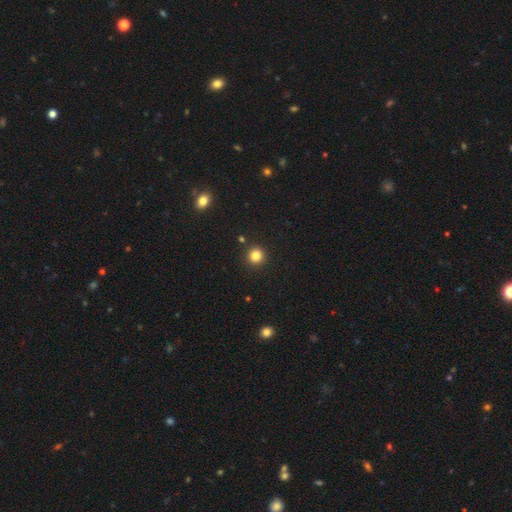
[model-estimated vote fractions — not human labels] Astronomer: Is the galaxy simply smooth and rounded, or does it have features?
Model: smooth — 84%.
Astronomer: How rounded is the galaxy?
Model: round — 94%.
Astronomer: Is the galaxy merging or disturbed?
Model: none — 90%.